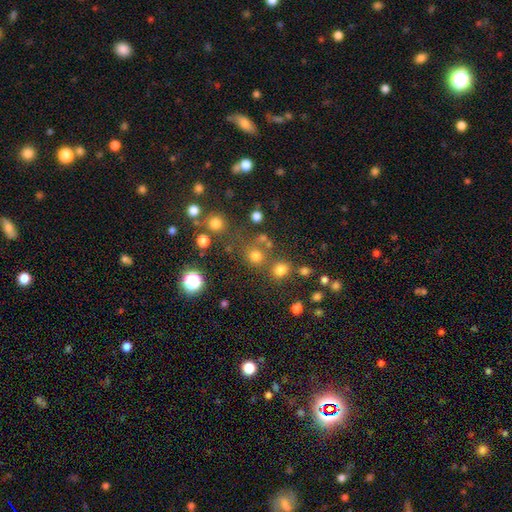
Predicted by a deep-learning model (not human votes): A smooth galaxy with no disk features (74%) that is round (87%). Merging: none (66%).